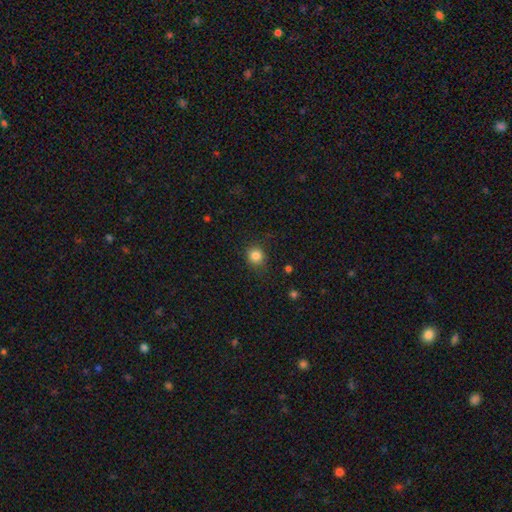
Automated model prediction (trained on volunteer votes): Overall: smooth (84%). How rounded: round (85%). Merging: none (84%).